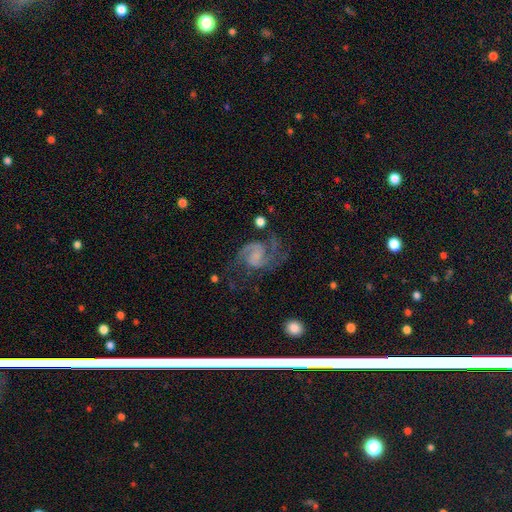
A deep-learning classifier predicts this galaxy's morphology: Overall: featured or disk (86%). Edge-on disk: no (98%). Bar: no (51%; weak 40%). Spiral arms: yes (97%). Spiral arm count: 2 (88%). Spiral winding: medium (55%; loose 28%). Bulge size: none (42%; small 34%). Merging: none (58%; major disturbance 20%).